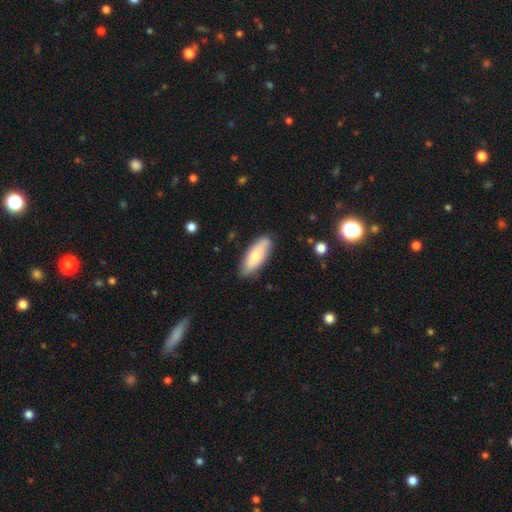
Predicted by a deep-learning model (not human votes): Smooth or featured: smooth — 76% (featured or disk — 19%)
How rounded: in between — 68% (cigar-shaped — 30%)
Merging: none — 81% (minor disturbance — 15%)